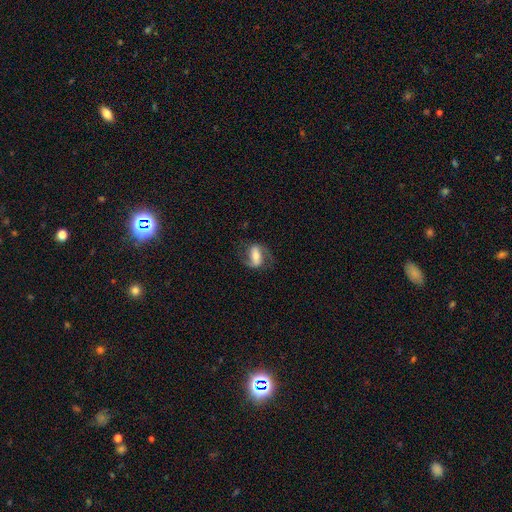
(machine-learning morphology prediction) A featured or disk galaxy (69%) with a strong bar (56%), 2 (87%) medium (46%) spiral arms (88%) and a moderate central bulge (47%). Merging: none (70%).